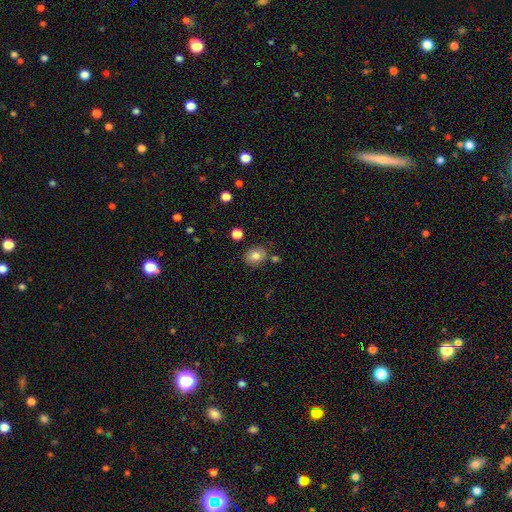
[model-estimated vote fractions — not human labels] This appears to be a smooth galaxy with no disk features (80%) that is round (65%). Merging: none (80%).